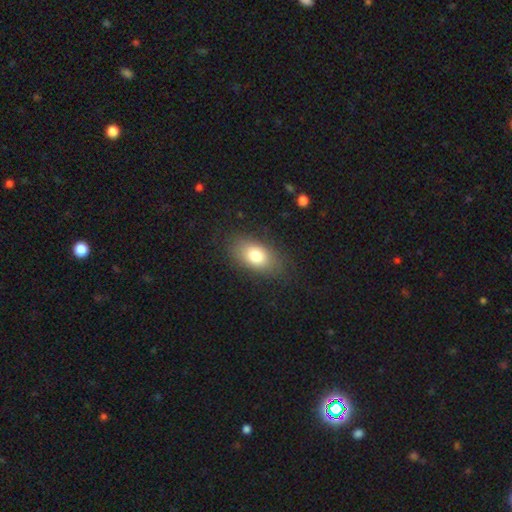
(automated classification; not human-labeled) A smooth galaxy with no disk features (78%) that is in between round and cigar-shaped (87%).

Vote fractions:
- Smooth or featured? smooth: 78% / featured or disk: 13% / star or artifact: 9%
- How rounded? in between: 87% / round: 10% / cigar-shaped: 3%
- Merging? none: 82% / minor disturbance: 12% / major disturbance: 5% / merger: 1%